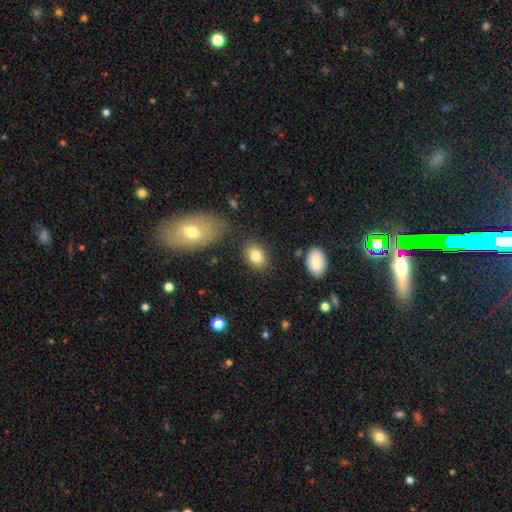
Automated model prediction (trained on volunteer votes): Smooth or featured: smooth — 82% (featured or disk — 9%)
How rounded: in between — 72% (round — 27%)
Merging: none — 83% (minor disturbance — 11%)